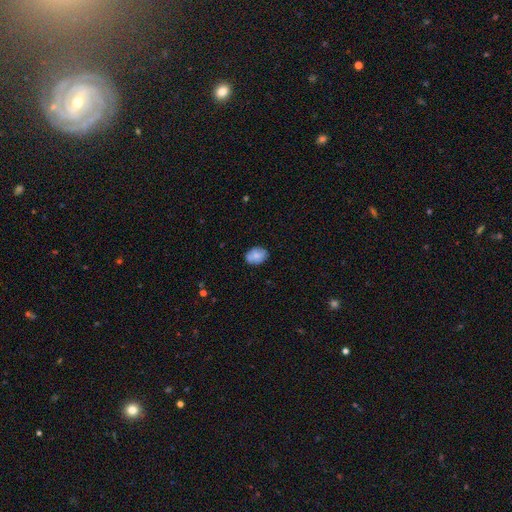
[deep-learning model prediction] Q: Smooth or featured?
A: smooth (72%); runner-up: featured or disk (20%)
Q: How rounded?
A: in between (68%); runner-up: round (31%)
Q: Merging?
A: none (75%); runner-up: minor disturbance (19%)